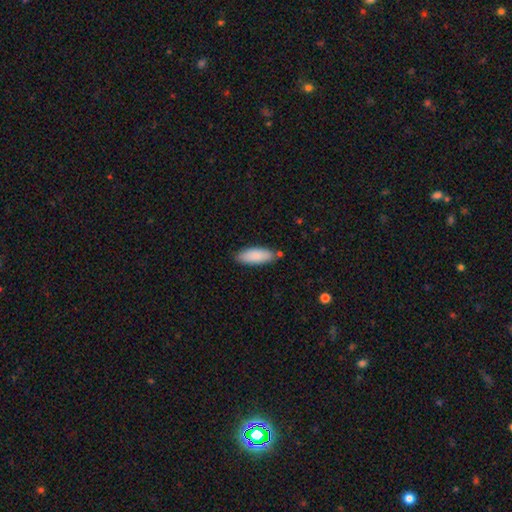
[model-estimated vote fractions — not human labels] smooth-or-featured: smooth: 87% | featured or disk: 7% | star or artifact: 6%
  how-rounded: in between: 71% | cigar-shaped: 27% | round: 2%
  merging: none: 80% | minor disturbance: 13% | merger: 4% | major disturbance: 2%